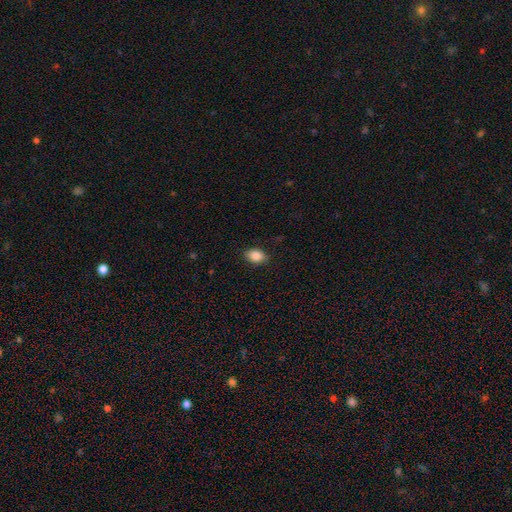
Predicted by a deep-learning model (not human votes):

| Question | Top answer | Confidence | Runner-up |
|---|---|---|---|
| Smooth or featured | smooth | 87% | star or artifact (8%) |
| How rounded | in between | 79% | round (20%) |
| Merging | none | 87% | minor disturbance (10%) |